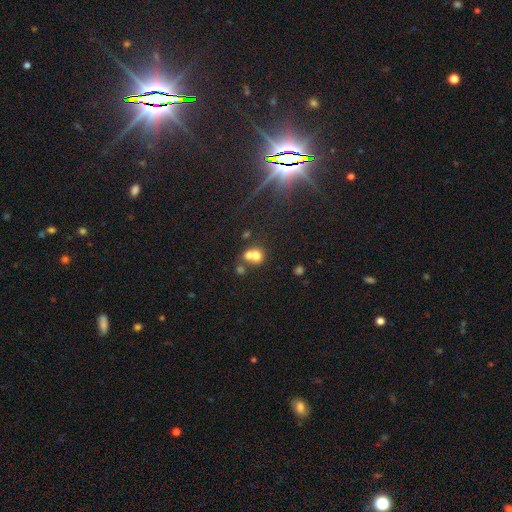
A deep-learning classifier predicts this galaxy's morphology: This appears to be a smooth galaxy with no disk features (66%) that is round (67%). Merging: merger (62%).